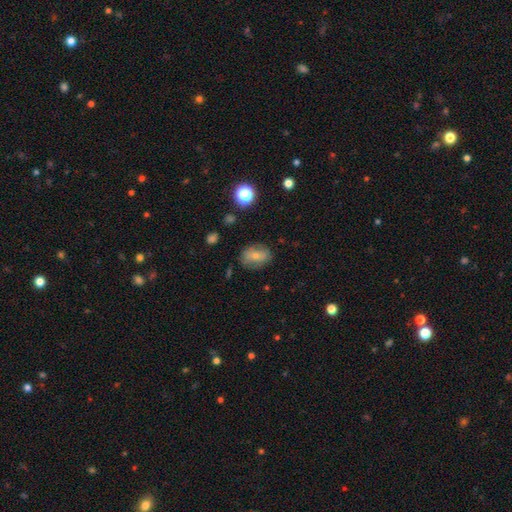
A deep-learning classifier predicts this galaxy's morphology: Smooth or featured? Predicted: smooth (p=0.64). How rounded? Predicted: in between (p=0.68). Merging? Predicted: none (p=0.75).